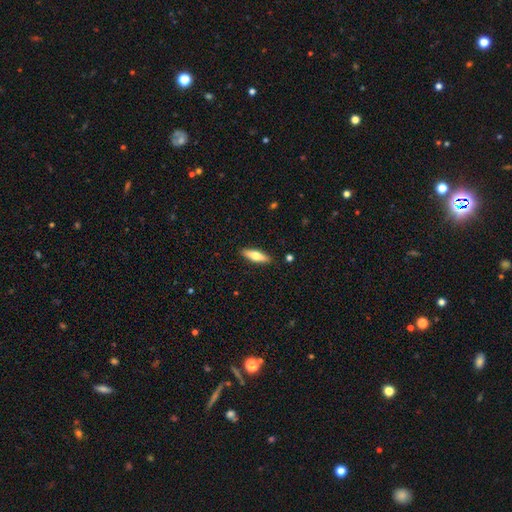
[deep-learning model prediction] This is possibly a smooth galaxy (58%). How rounded: possibly cigar-shaped (59%). Merging: clearly none (89%).